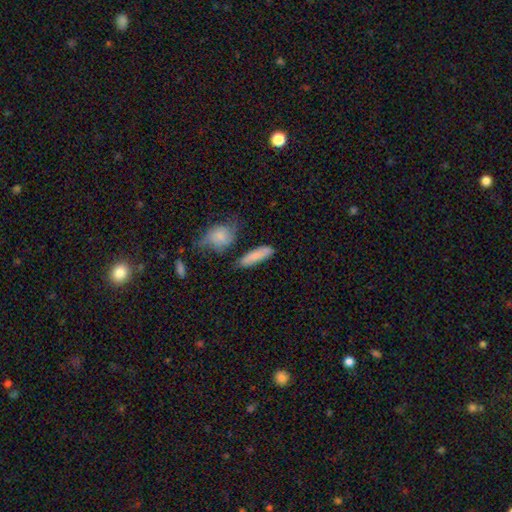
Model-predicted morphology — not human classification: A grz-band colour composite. It shows a smooth galaxy with no disk features (82%) that is cigar-shaped (54%). Merging: none (67%).